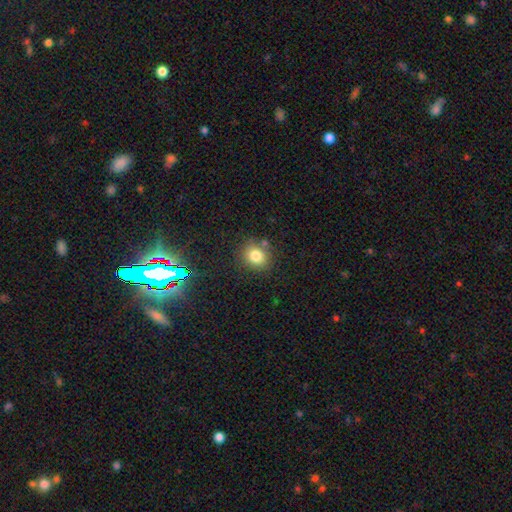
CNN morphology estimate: This is likely a smooth galaxy (80%). How rounded: likely round (76%). Merging: likely none (79%).